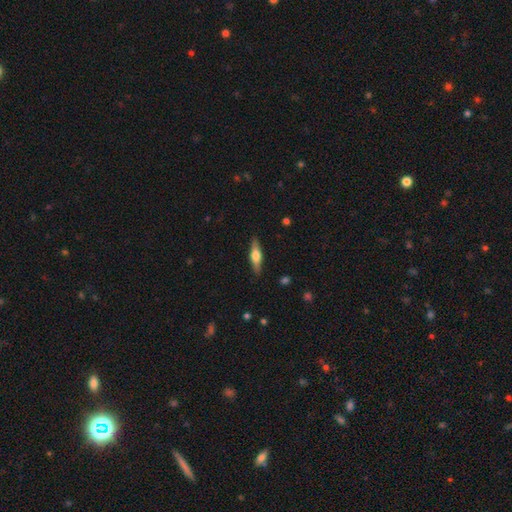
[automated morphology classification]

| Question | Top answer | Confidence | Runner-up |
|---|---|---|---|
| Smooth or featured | smooth | 49% | featured or disk (45%) |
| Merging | none | 87% | minor disturbance (10%) |